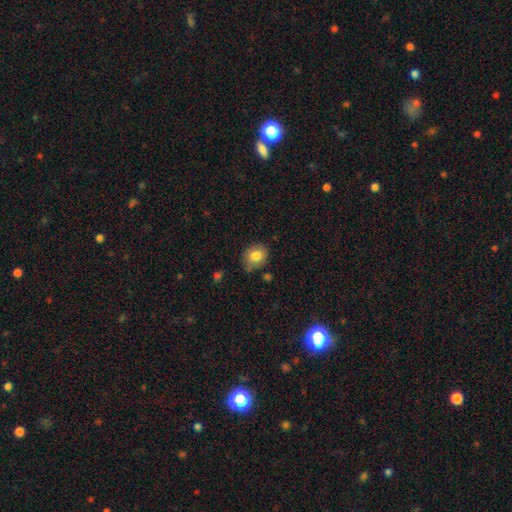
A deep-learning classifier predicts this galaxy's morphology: smooth-or-featured: smooth: 82% | featured or disk: 9% | star or artifact: 9%
  how-rounded: round: 58% | in between: 41% | cigar-shaped: 1%
  merging: none: 78% | minor disturbance: 16% | major disturbance: 3% | merger: 3%